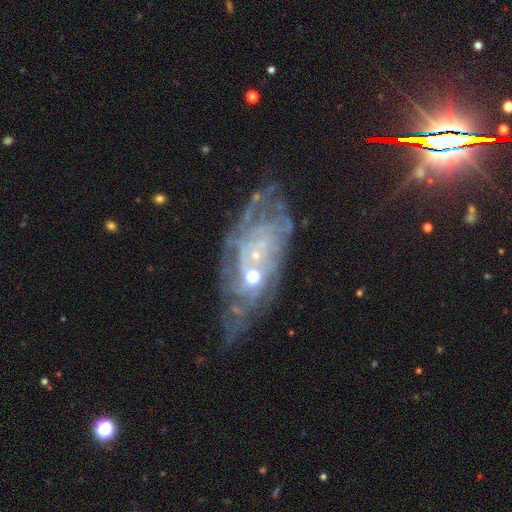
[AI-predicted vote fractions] This is likely a featured or disk galaxy (78%). It is clearly not viewed edge-on (91%). Bar: likely no (74%). Spiral arm pattern: clearly yes (83%). Spiral arm count: possibly can't tell (53%). Spiral winding: likely tight (64%). Central bulge: likely small (72%). Merging: possibly none (56%).